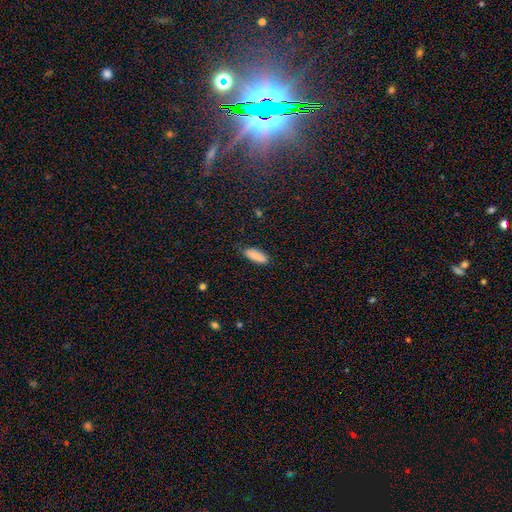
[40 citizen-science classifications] Q: Smooth or featured?
A: smooth (92%); runner-up: star or artifact (5%)
Q: How rounded?
A: in between (76%); runner-up: cigar-shaped (22%)
Q: Merging?
A: none (87%); runner-up: minor disturbance (13%)